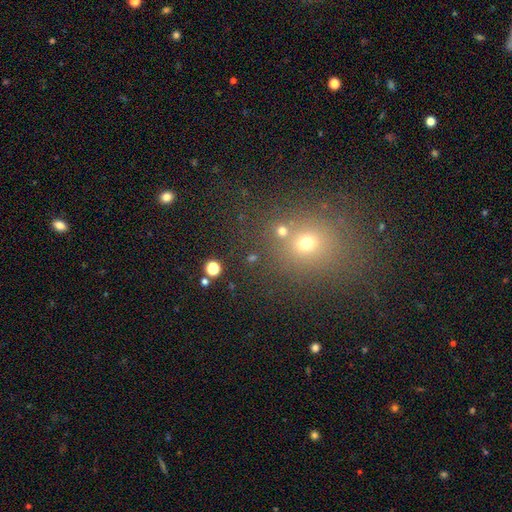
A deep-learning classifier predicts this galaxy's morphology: smooth_or_featured: smooth (p=0.51) [alt: star or artifact p=0.37]
how_rounded: round (p=0.72) [alt: in between p=0.27]
merging: none (p=0.69) [alt: merger p=0.15]